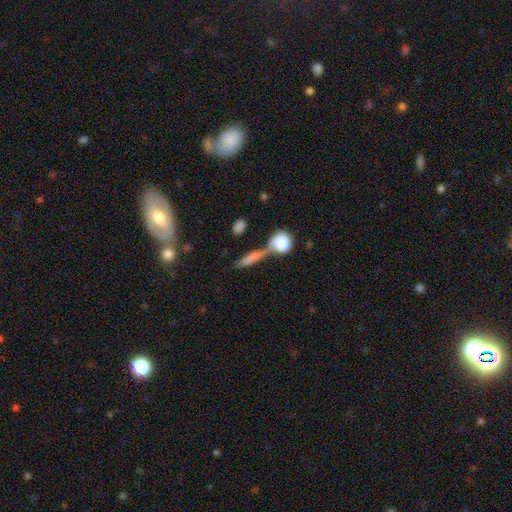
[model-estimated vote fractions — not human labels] smooth-or-featured: smooth: 64% | featured or disk: 25% | star or artifact: 11%
  how-rounded: cigar-shaped: 49% | in between: 30% | round: 21%
  merging: none: 43% | merger: 36% | minor disturbance: 13% | major disturbance: 9%